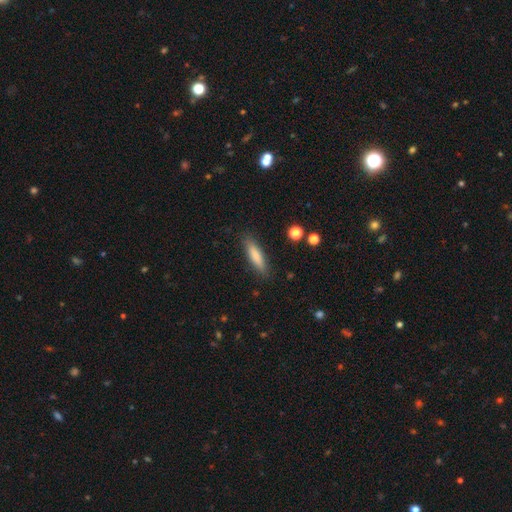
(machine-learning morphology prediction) The model was most divided on "how rounded": cigar-shaped: 72%, in between: 27%, round: 2%. More confident: merging — none (86%); smooth or featured — smooth (81%).